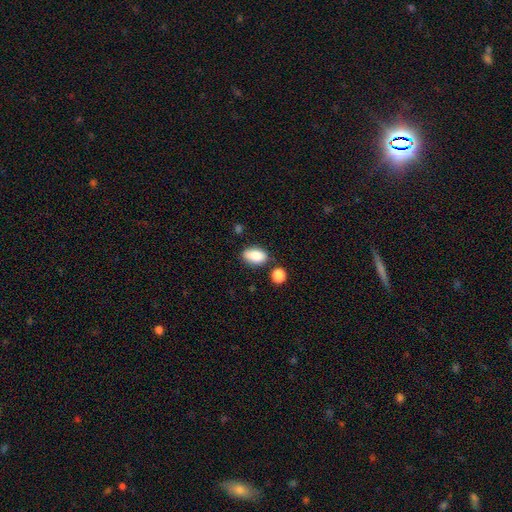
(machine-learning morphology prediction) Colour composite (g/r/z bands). It shows a smooth galaxy with no disk features (86%) that is in between round and cigar-shaped (90%). Merging: none (73%).